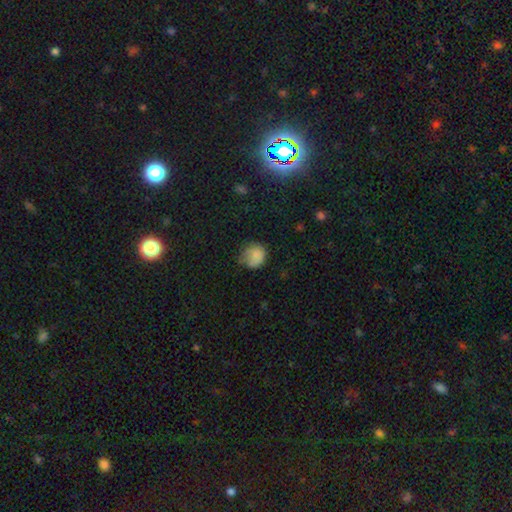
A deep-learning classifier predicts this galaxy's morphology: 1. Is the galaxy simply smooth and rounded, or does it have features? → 80% smooth, 11% featured or disk, 9% star or artifact.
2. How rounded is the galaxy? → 78% round, 21% in between, 1% cigar-shaped.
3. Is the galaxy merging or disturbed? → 51% none, 33% minor disturbance, 14% major disturbance, 2% merger.